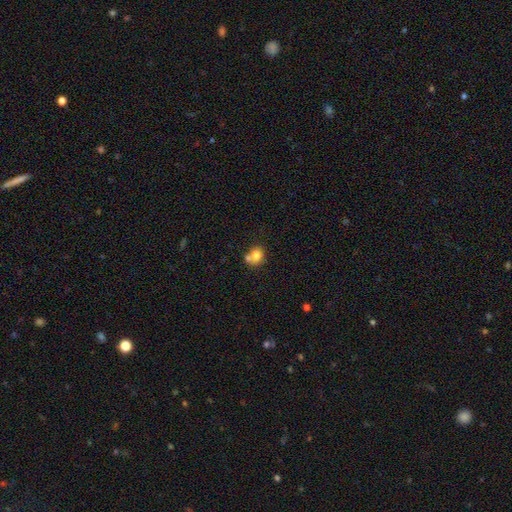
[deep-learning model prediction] smooth-or-featured: smooth: 76% | featured or disk: 13% | star or artifact: 10%
  how-rounded: round: 66% | in between: 33% | cigar-shaped: 1%
  merging: none: 45% | merger: 40% | minor disturbance: 11% | major disturbance: 4%